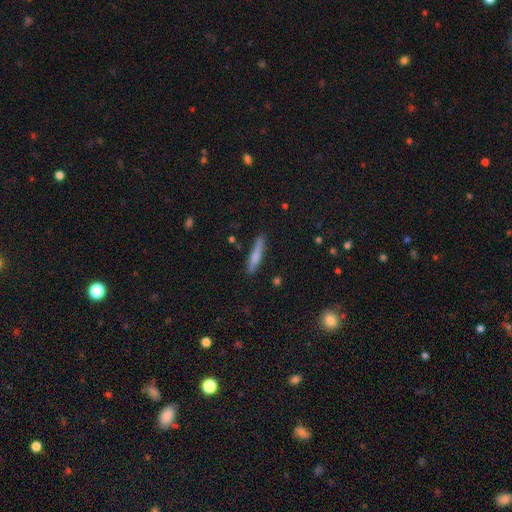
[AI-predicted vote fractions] smooth 66%, featured or disk 27%, star or artifact 6%. Down the decision tree: how rounded — cigar-shaped (91%); merging — none (86%).